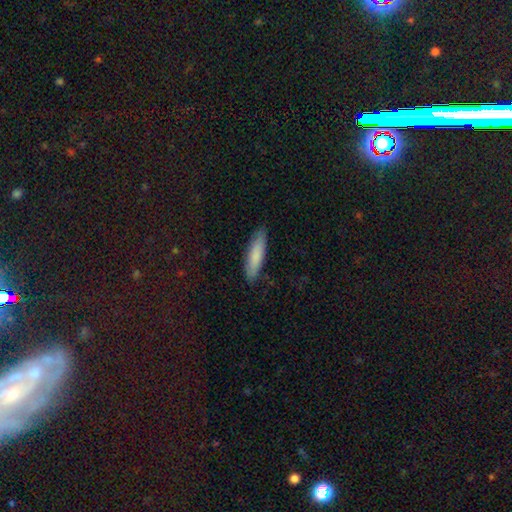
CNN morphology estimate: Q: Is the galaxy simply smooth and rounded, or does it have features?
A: smooth — 81%.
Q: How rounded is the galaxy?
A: cigar-shaped — 74%.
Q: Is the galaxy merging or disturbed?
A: none — 86%.